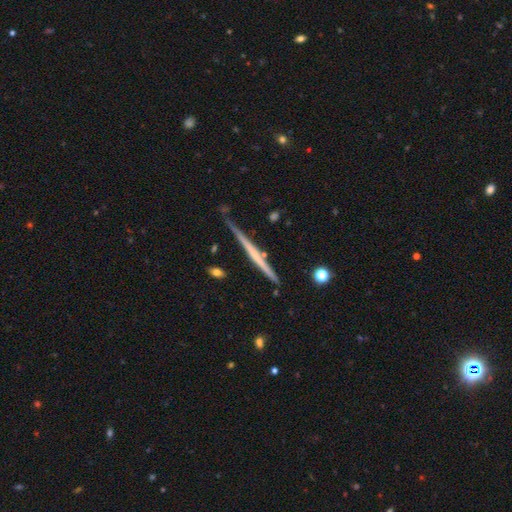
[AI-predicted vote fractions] Smooth or featured?
  - featured or disk: 63% *
  - smooth: 31%
  - star or artifact: 5%
Edge-on disk?
  - yes: 98% *
  - no: 2%
Edge-on bulge?
  - none: 83% *
  - rounded: 11%
  - boxy: 6%
Merging?
  - none: 80% *
  - minor disturbance: 15%
  - merger: 3%
  - major disturbance: 2%